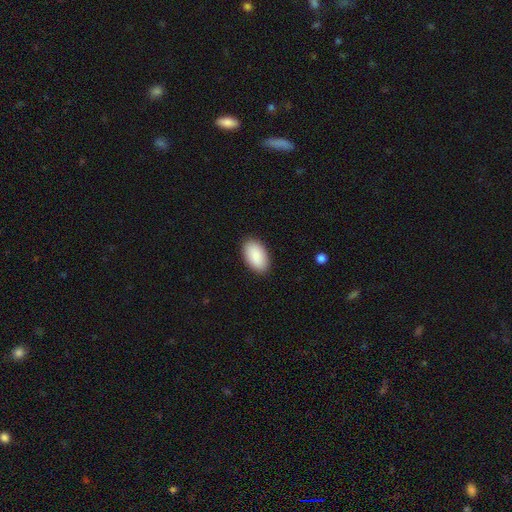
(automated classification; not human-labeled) Smooth or featured? Predicted: smooth (p=0.89). How rounded? Predicted: in between (p=0.95). Merging? Predicted: none (p=0.89).